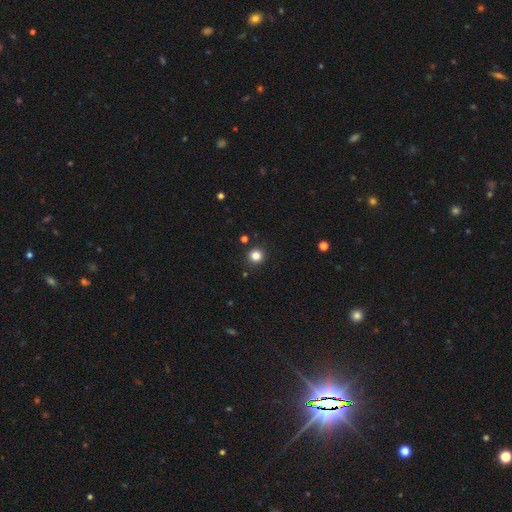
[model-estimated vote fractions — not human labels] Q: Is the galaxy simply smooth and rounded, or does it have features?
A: smooth — 83%.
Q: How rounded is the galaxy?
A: round — 94%.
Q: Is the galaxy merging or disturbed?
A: none — 91%.